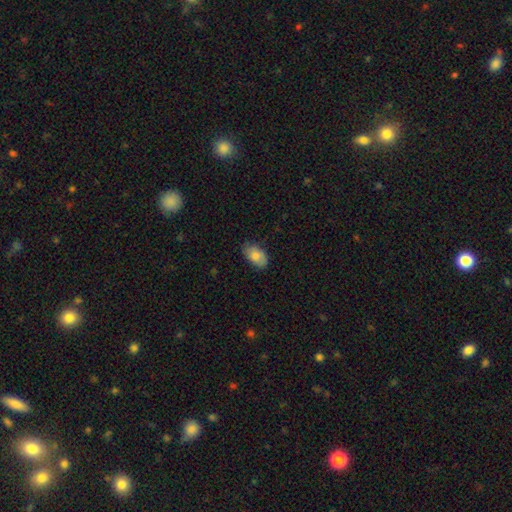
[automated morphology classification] Smooth or featured? smooth (79%)
How rounded? in between (92%)
Merging? none (77%)